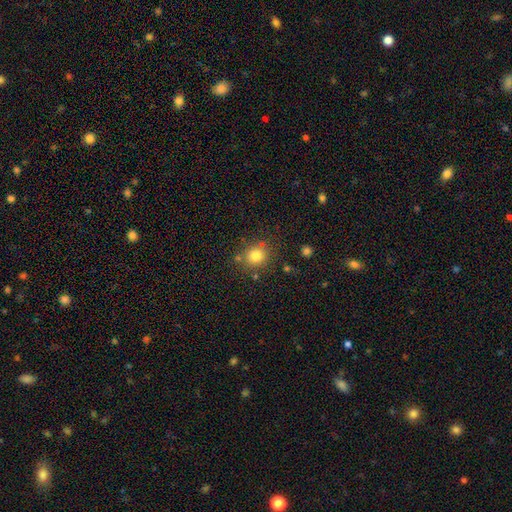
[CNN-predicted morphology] type=smooth (80%); roundness=round (82%); merging=none (78%).